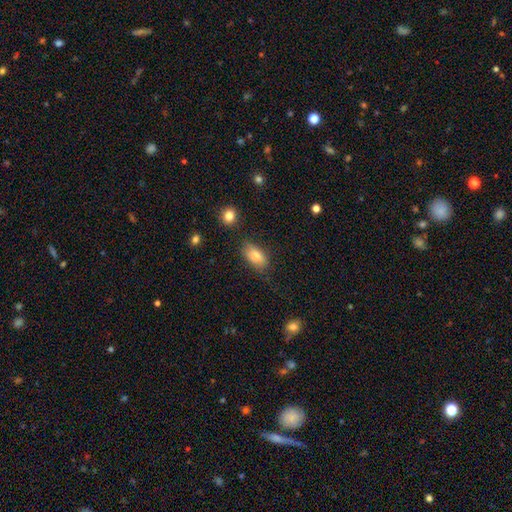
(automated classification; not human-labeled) Morphology: type=smooth (78%); roundness=in between (89%); merging=none (75%).